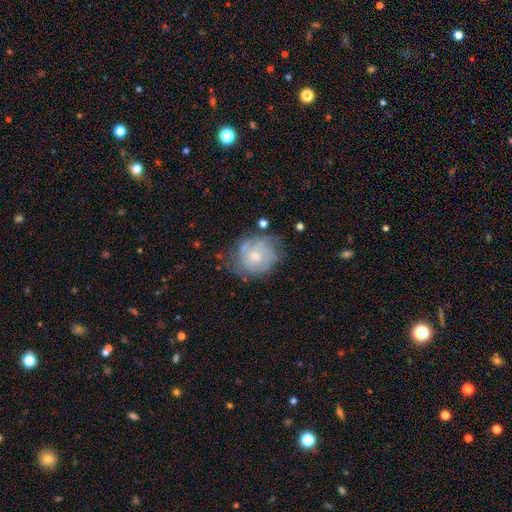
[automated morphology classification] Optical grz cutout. It shows a featured or disk galaxy (69%) with no bar (76%), tight (62%) spiral arms (80%) and a small central bulge (48%). Merging: none (63%).